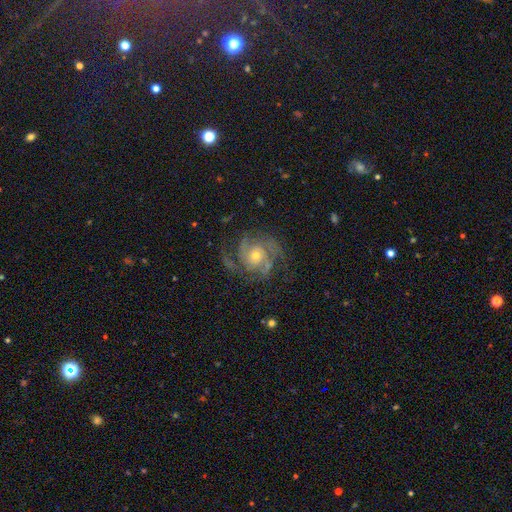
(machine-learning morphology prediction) type=featured or disk (88%); edge-on=no (98%); bar=no (73%); spiral arms=yes (97%); winding=tight (49%); arm count=3 (35%); bulge=small (52%); merging=none (71%).